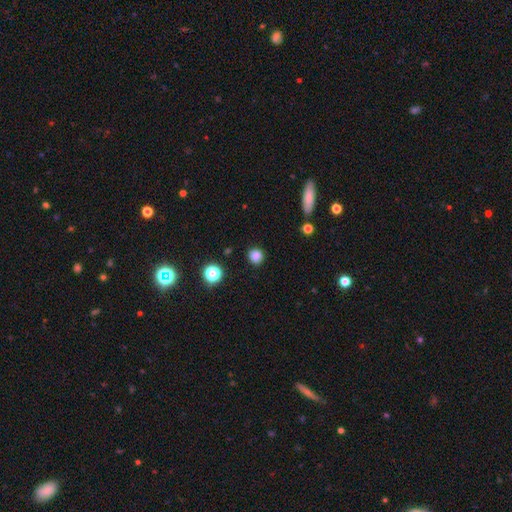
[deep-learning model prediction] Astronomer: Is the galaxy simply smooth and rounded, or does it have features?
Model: smooth — 83%.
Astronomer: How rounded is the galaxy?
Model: round — 84%.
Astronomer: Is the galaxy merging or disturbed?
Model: none — 86%.